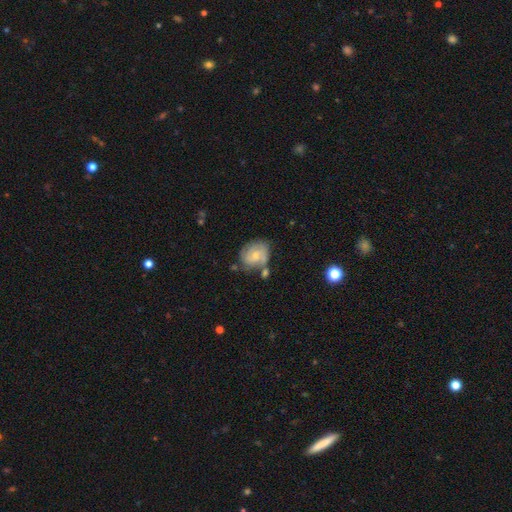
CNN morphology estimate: A featured or disk galaxy (55%) with no bar (64%), spiral arms (80%) and a small central bulge (52%).

Vote fractions:
- Smooth or featured? featured or disk: 55% / smooth: 38% / star or artifact: 7%
- Edge-on disk? no: 97% / yes: 3%
- Bar? no: 64% / weak: 32% / strong: 5%
- Spiral arms? yes: 80% / no: 20%
- Bulge size? small: 52% / moderate: 41% / none: 4% / large: 2% / dominant: 1%
- Merging? none: 49% / minor disturbance: 25% / merger: 16% / major disturbance: 10%